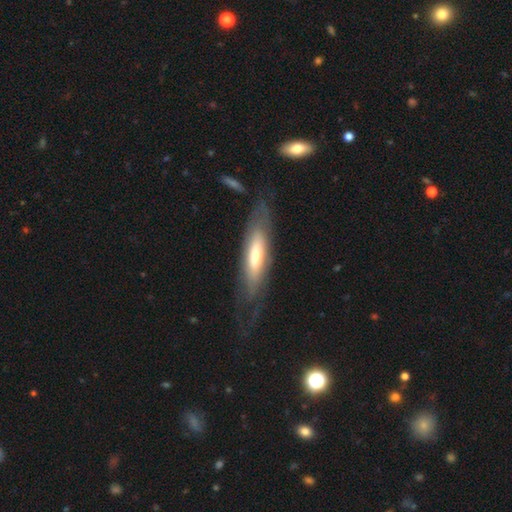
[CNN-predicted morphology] Smooth or featured?
  - featured or disk: 50% *
  - smooth: 44%
  - star or artifact: 6%
Merging?
  - none: 66% *
  - minor disturbance: 19%
  - major disturbance: 13%
  - merger: 2%